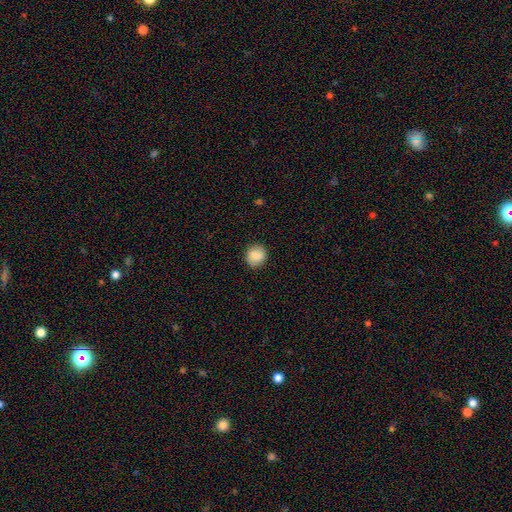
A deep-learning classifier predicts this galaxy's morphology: This is clearly a smooth galaxy (83%). How rounded: likely round (80%). Merging: clearly none (87%).